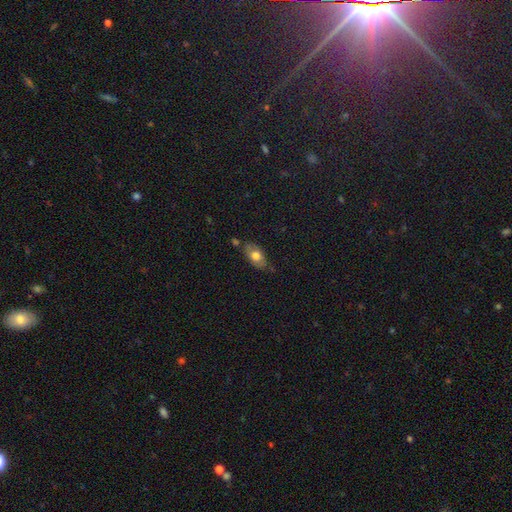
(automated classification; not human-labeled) smooth 66%, featured or disk 27%, star or artifact 8%. Down the decision tree: how rounded — in between (88%); merging — none (62%).